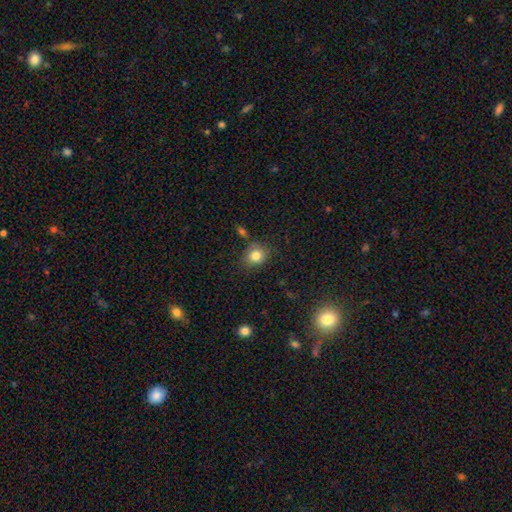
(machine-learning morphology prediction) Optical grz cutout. It shows a smooth galaxy with no disk features (82%) that is round (68%). Merging: none (73%).